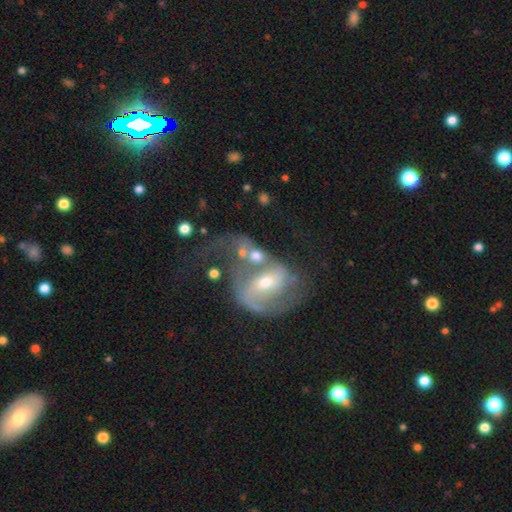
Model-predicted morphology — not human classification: A featured or disk galaxy (60%) with no bar (45%), spiral arms (68%) and a moderate central bulge (51%). Merging: merger (42%).